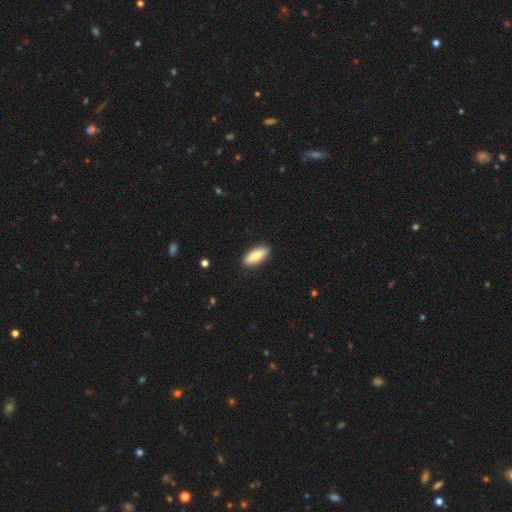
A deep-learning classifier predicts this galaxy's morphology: A smooth galaxy with no disk features (81%) that is in between round and cigar-shaped (79%). Merging: none (89%).